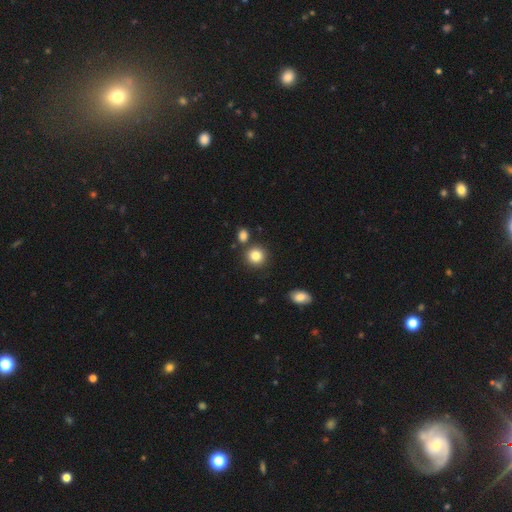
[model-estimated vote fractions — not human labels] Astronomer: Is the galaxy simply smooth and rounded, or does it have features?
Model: smooth — 84%.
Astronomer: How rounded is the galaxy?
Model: round — 88%.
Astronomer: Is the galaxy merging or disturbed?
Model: none — 80%.